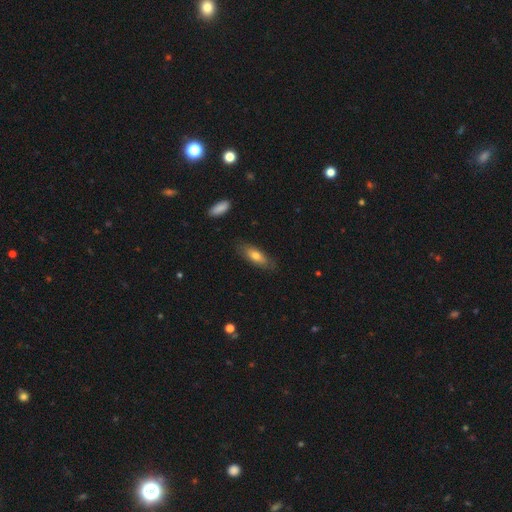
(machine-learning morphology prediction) smooth-or-featured: smooth: 71% | featured or disk: 22% | star or artifact: 7%
  how-rounded: in between: 69% | cigar-shaped: 28% | round: 3%
  merging: none: 79% | minor disturbance: 16% | major disturbance: 3% | merger: 1%